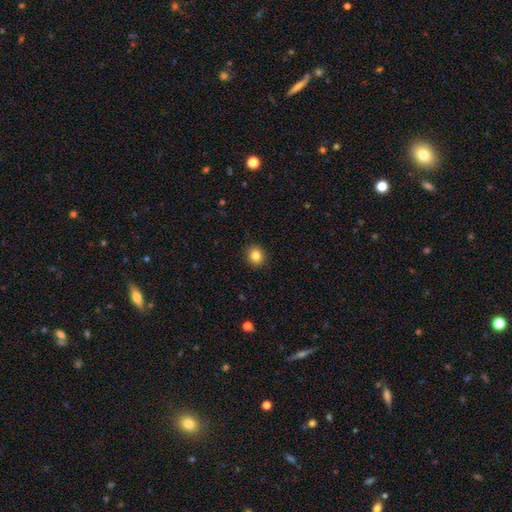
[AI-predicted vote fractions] smooth_or_featured: smooth (p=0.84) [alt: star or artifact p=0.10]
how_rounded: round (p=0.78) [alt: in between p=0.21]
merging: none (p=0.91) [alt: minor disturbance p=0.06]